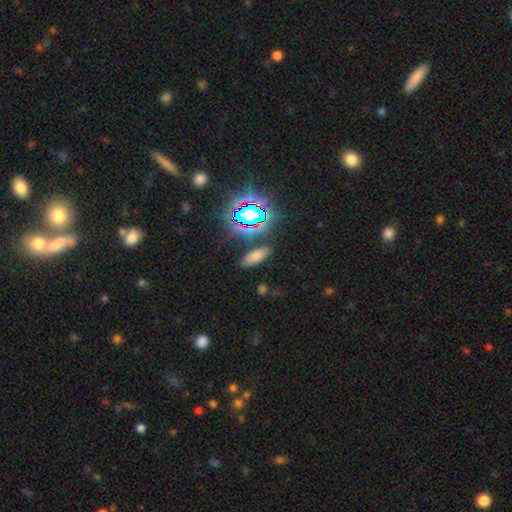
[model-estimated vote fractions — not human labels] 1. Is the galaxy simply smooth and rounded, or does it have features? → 65% smooth, 24% star or artifact, 11% featured or disk.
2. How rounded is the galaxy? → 73% in between, 22% cigar-shaped, 5% round.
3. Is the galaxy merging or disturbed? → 83% none, 10% minor disturbance, 4% major disturbance, 4% merger.